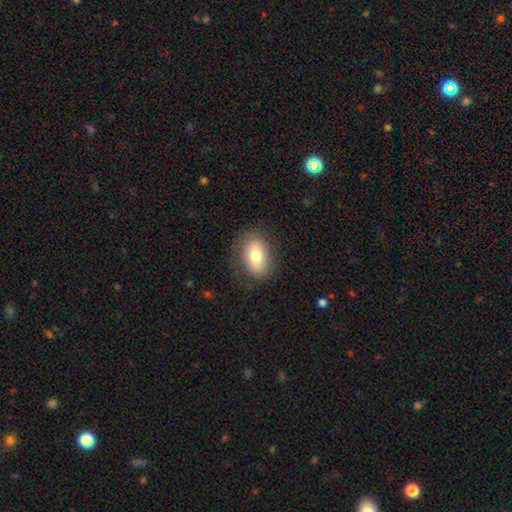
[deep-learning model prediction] Smooth or featured?
  - smooth: 74% *
  - featured or disk: 19%
  - star or artifact: 7%
How rounded?
  - in between: 86% *
  - round: 12%
  - cigar-shaped: 2%
Merging?
  - none: 81% *
  - minor disturbance: 13%
  - major disturbance: 4%
  - merger: 1%